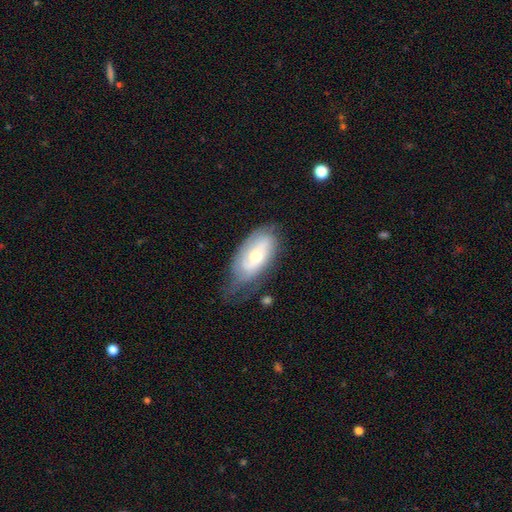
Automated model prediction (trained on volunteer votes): smooth_or_featured: featured or disk (p=0.55) [alt: smooth p=0.38]
disk_edge_on: no (p=0.89) [alt: yes p=0.11]
merging: none (p=0.50) [alt: minor disturbance p=0.33]